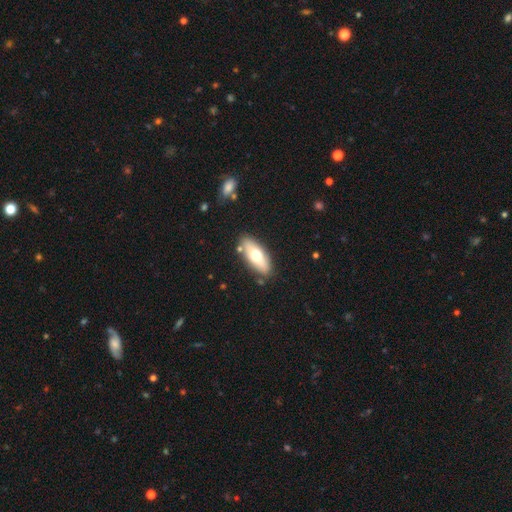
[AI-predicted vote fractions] smooth 62%, featured or disk 32%, star or artifact 6%. Down the decision tree: how rounded — in between (78%); merging — none (81%).